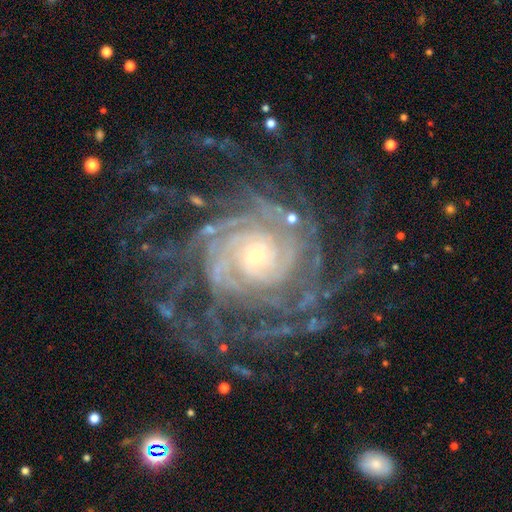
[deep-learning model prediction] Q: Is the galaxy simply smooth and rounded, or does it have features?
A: featured or disk — 91%.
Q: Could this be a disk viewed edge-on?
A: no — 98%.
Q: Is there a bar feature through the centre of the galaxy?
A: no — 71%.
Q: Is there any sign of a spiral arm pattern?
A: yes — 98%.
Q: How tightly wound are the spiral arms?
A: tight — 74%.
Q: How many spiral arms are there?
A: more than 4 — 29%.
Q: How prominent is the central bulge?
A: small — 72%.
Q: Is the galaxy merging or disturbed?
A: none — 70%.